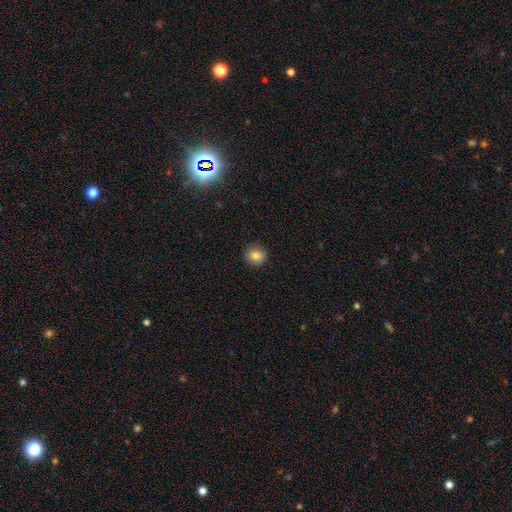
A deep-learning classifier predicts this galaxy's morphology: Smooth or featured?
  - smooth: 84% *
  - star or artifact: 10%
  - featured or disk: 6%
How rounded?
  - round: 89% *
  - in between: 10%
  - cigar-shaped: 1%
Merging?
  - none: 90% *
  - minor disturbance: 7%
  - major disturbance: 2%
  - merger: 1%